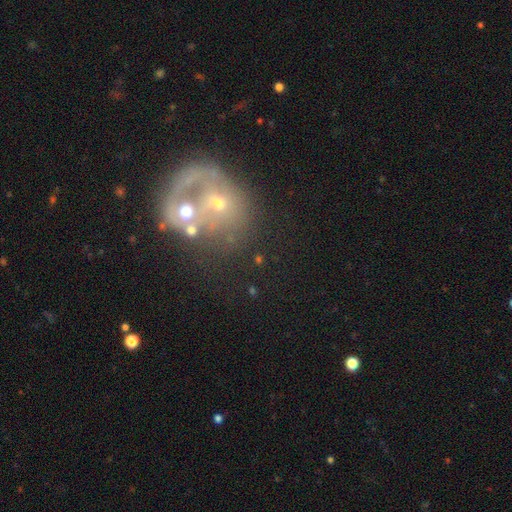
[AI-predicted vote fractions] Morphology: type=featured or disk (54%); edge-on=no (96%); bar=no (86%); spiral arms=no (68%); bulge=moderate (41%, tied with small); merging=merger (62%).